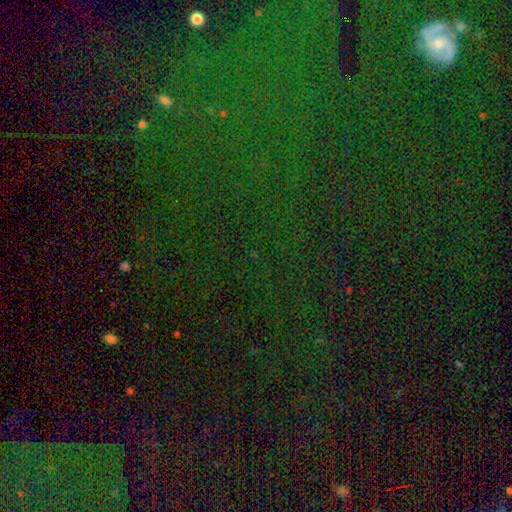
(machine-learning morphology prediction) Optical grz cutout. It shows a star or artifact, not a galaxy (82%).